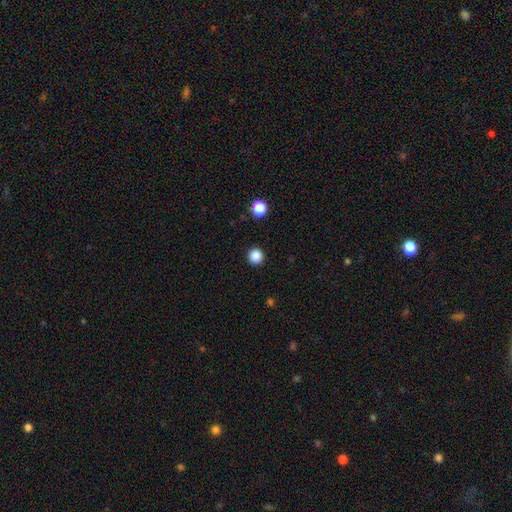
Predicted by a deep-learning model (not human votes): Smooth or featured? Predicted: smooth (p=0.86). How rounded? Predicted: round (p=0.95). Merging? Predicted: none (p=0.93).